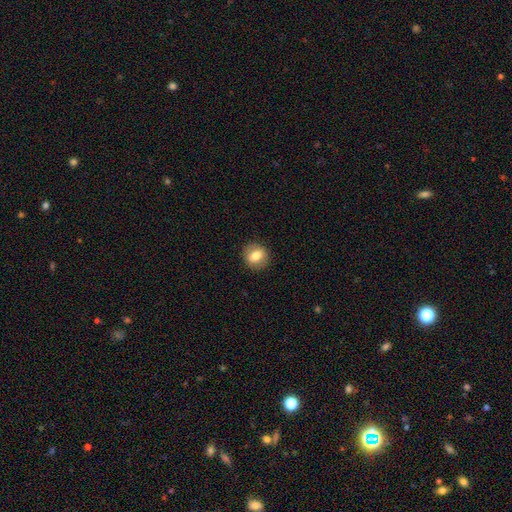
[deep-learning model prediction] Smooth or featured? Predicted: smooth (p=0.73). How rounded? Predicted: round (p=0.76). Merging? Predicted: none (p=0.89).